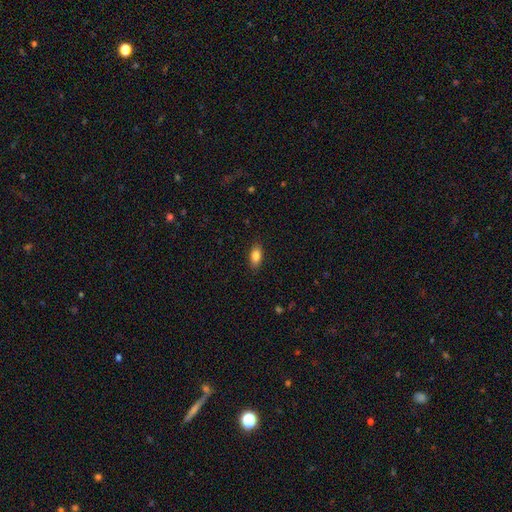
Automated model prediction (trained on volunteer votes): Smooth or featured?
  - smooth: 85% *
  - star or artifact: 8%
  - featured or disk: 7%
How rounded?
  - in between: 88% *
  - cigar-shaped: 8%
  - round: 5%
Merging?
  - none: 88% *
  - minor disturbance: 9%
  - major disturbance: 2%
  - merger: 1%